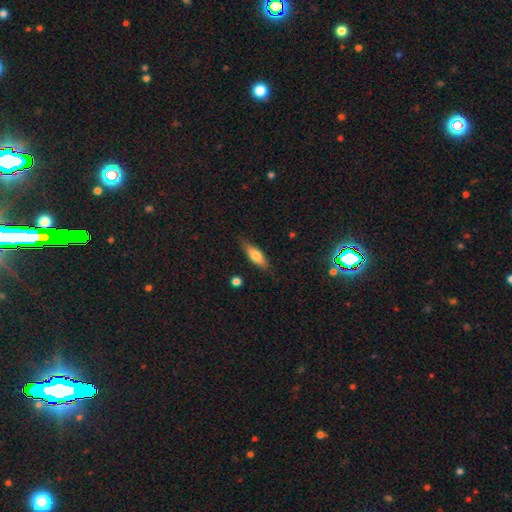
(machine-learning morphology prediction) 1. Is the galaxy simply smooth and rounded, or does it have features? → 64% smooth, 29% featured or disk, 7% star or artifact.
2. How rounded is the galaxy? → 53% in between, 45% cigar-shaped, 3% round.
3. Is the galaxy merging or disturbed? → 81% none, 15% minor disturbance, 3% major disturbance, 2% merger.